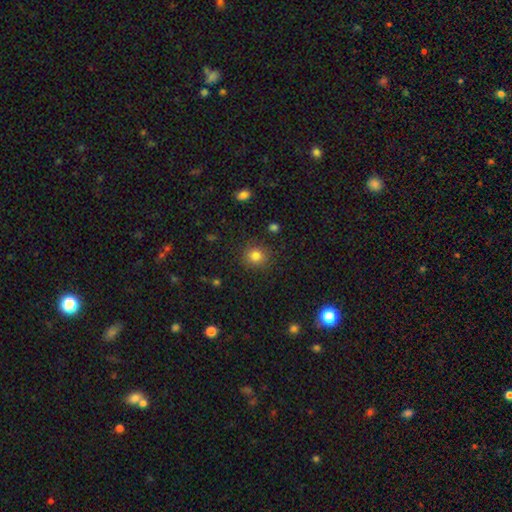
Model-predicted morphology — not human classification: smooth-or-featured: smooth: 83% | star or artifact: 12% | featured or disk: 6%
  how-rounded: round: 88% | in between: 11% | cigar-shaped: 1%
  merging: none: 87% | minor disturbance: 8% | major disturbance: 3% | merger: 2%